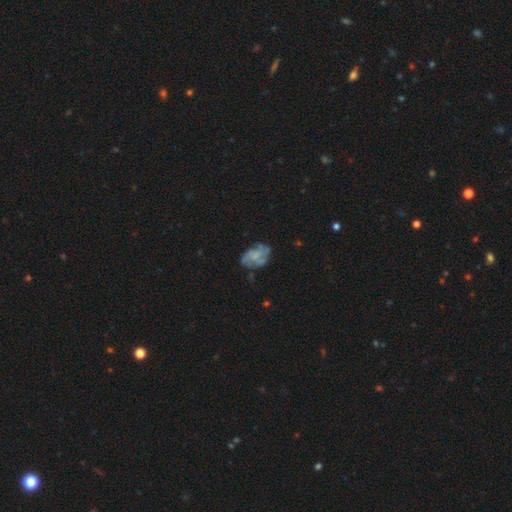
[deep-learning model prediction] featured or disk 70%, smooth 21%, star or artifact 9%. Down the decision tree: edge-on disk — no (98%); bar — no (73%); spiral arms — yes (74%); spiral arm count — can't tell (33%); spiral winding — medium (42%); bulge size — none (50%); merging — none (60%).